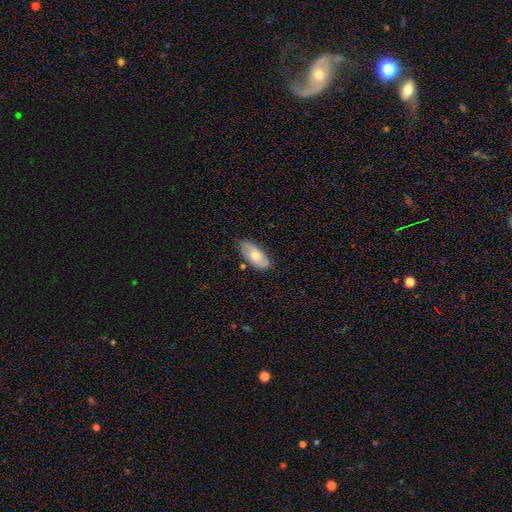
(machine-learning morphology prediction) Smooth or featured: smooth — 64% (featured or disk — 30%)
How rounded: in between — 91% (cigar-shaped — 7%)
Merging: none — 74% (minor disturbance — 20%)